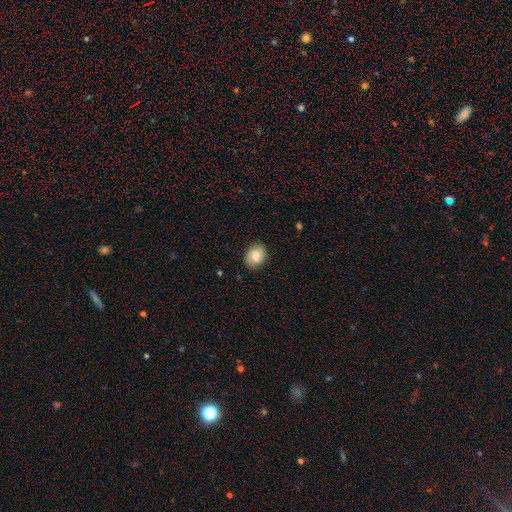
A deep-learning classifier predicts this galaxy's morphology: A smooth galaxy with no disk features (74%) that is in between round and cigar-shaped (53%). Merging: none (84%).